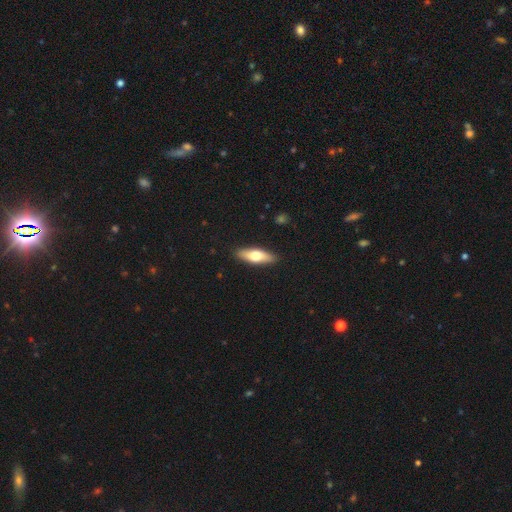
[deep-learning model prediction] A smooth galaxy with no disk features (62%) that is in between round and cigar-shaped (54%).

Vote fractions:
- Smooth or featured? smooth: 62% / featured or disk: 33% / star or artifact: 5%
- How rounded? in between: 54% / cigar-shaped: 44% / round: 2%
- Merging? none: 89% / minor disturbance: 8% / major disturbance: 2% / merger: 1%